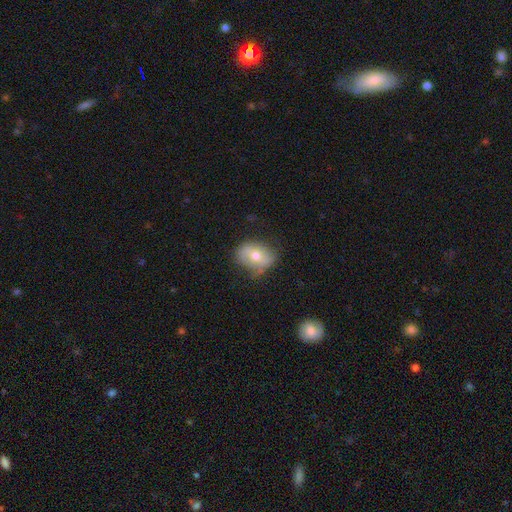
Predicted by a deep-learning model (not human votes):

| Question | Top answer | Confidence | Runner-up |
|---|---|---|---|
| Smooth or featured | smooth | 59% | featured or disk (33%) |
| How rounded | in between | 72% | round (27%) |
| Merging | none | 60% | minor disturbance (29%) |